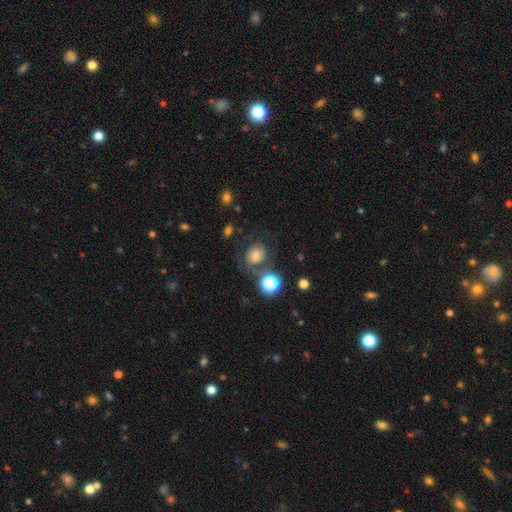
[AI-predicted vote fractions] smooth-or-featured: smooth: 61% | featured or disk: 21% | star or artifact: 18%
  how-rounded: round: 74% | in between: 25% | cigar-shaped: 1%
  merging: none: 59% | minor disturbance: 17% | major disturbance: 13% | merger: 10%